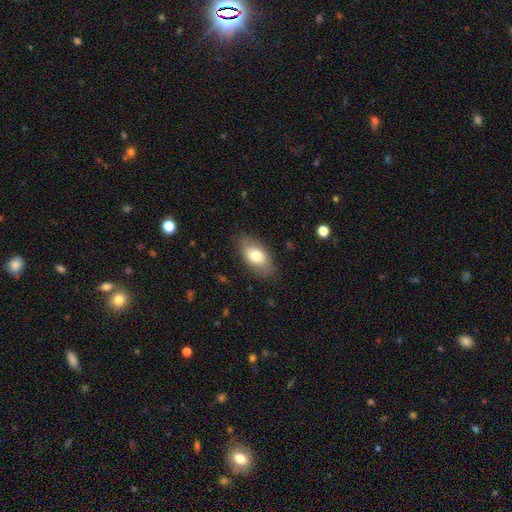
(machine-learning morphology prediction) The model was most divided on "smooth or featured": smooth: 74%, featured or disk: 19%, star or artifact: 7%. More confident: how rounded — in between (92%); merging — none (81%).